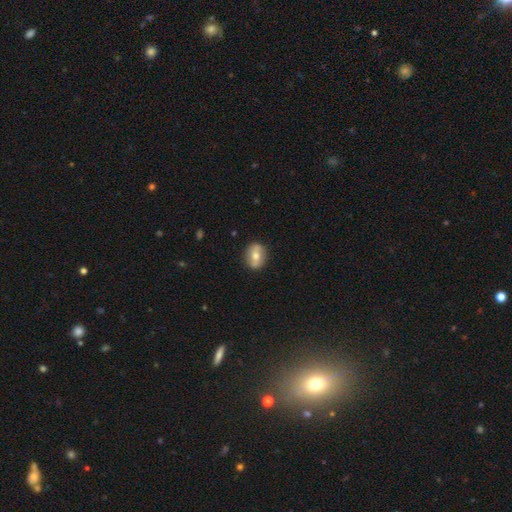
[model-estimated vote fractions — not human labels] Q: Smooth or featured?
A: smooth (51%); runner-up: featured or disk (41%)
Q: How rounded?
A: in between (52%); runner-up: round (45%)
Q: Merging?
A: none (87%); runner-up: minor disturbance (10%)